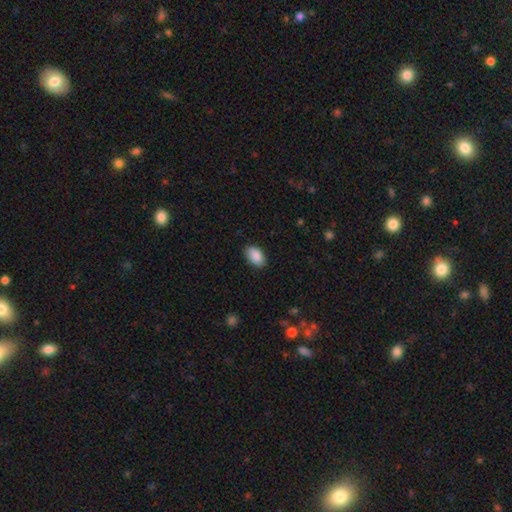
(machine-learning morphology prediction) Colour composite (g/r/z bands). It shows a smooth galaxy with no disk features (89%) that is in between round and cigar-shaped (92%). Merging: none (85%).